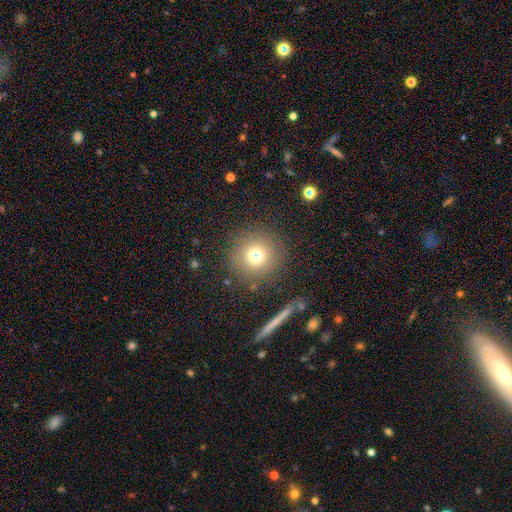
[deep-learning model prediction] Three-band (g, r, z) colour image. It shows a smooth galaxy with no disk features (71%) that is round (94%). Merging: none (79%).